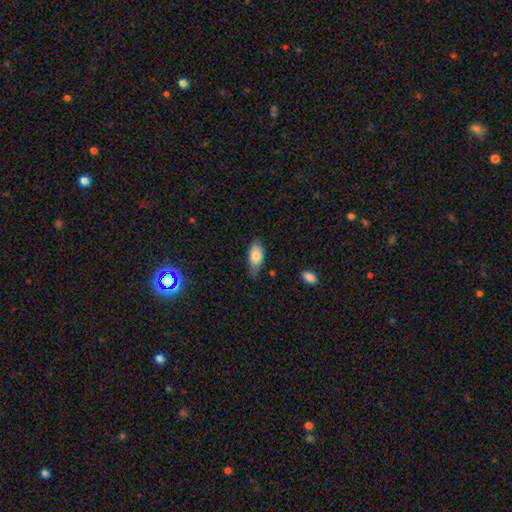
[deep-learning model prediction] This appears to be a smooth galaxy with no disk features (78%) that is in between round and cigar-shaped (91%). Merging: none (57%).